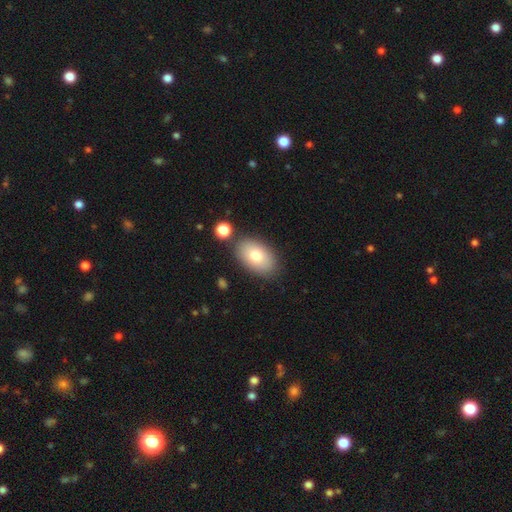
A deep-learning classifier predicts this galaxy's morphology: Smooth or featured?
  - smooth: 77% *
  - featured or disk: 16%
  - star or artifact: 8%
How rounded?
  - in between: 91% *
  - round: 8%
  - cigar-shaped: 1%
Merging?
  - none: 81% *
  - minor disturbance: 11%
  - merger: 5%
  - major disturbance: 3%